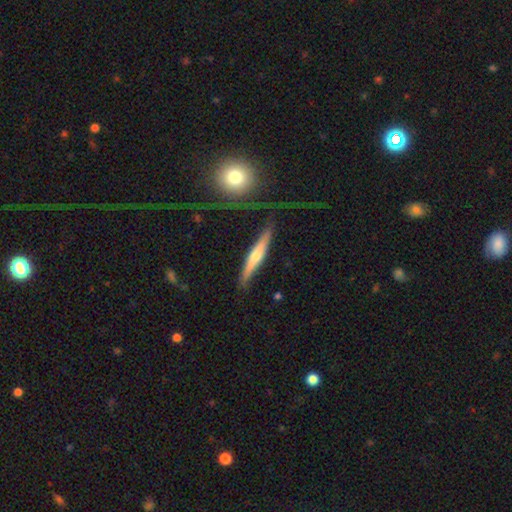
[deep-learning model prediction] This is possibly a featured or disk galaxy (54%). It is clearly viewed edge-on (92%). Merging: likely none (75%).